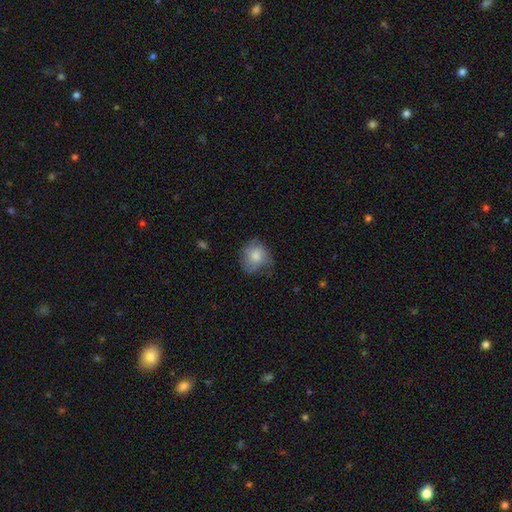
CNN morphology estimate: Smooth or featured? smooth (65%)
How rounded? round (63%)
Merging? none (58%)